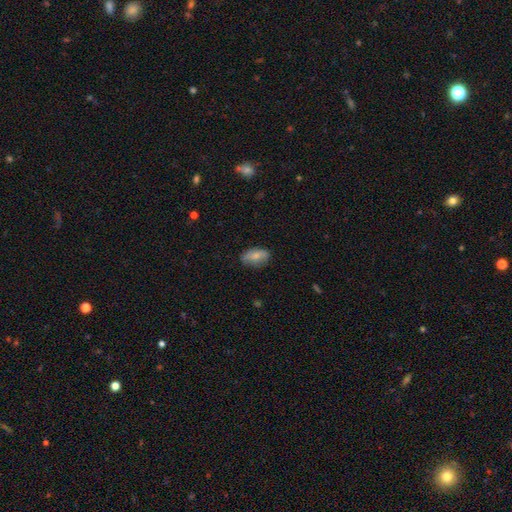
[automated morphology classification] type=smooth (71%); roundness=in between (90%); merging=none (74%).